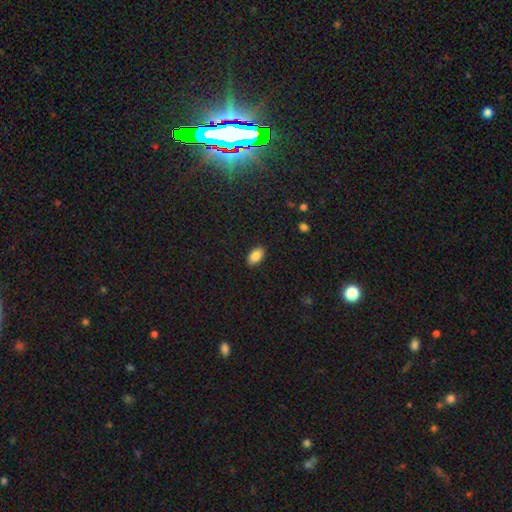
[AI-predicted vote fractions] The model was most divided on "smooth or featured": smooth: 87%, star or artifact: 8%, featured or disk: 5%. More confident: how rounded — in between (93%); merging — none (89%).